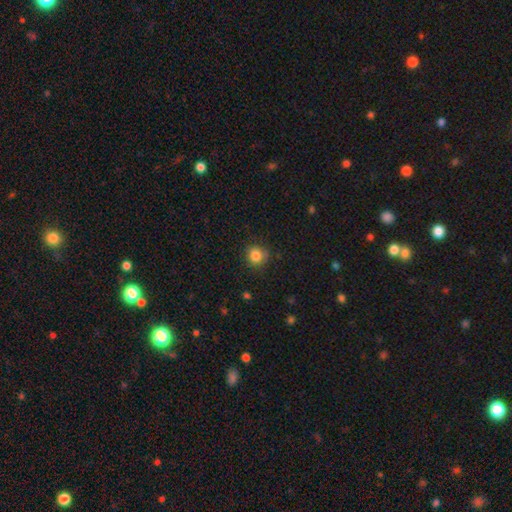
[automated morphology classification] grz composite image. It shows a smooth galaxy with no disk features (83%) that is round (85%). Merging: none (79%).